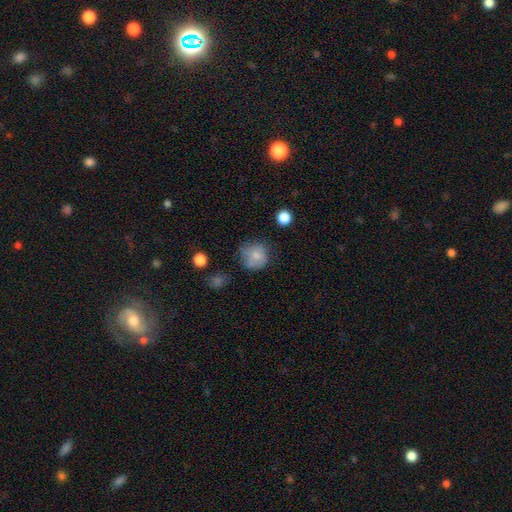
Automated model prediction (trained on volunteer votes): smooth 75%, featured or disk 15%, star or artifact 10%. Down the decision tree: how rounded — round (83%); merging — none (54%).